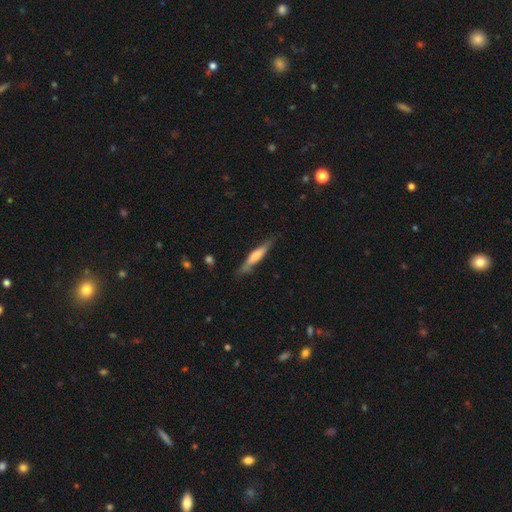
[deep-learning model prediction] smooth 57%, featured or disk 37%, star or artifact 6%. Down the decision tree: how rounded — cigar-shaped (88%); merging — none (75%).